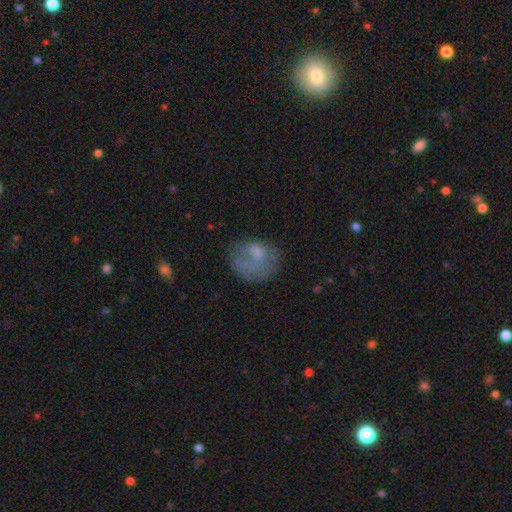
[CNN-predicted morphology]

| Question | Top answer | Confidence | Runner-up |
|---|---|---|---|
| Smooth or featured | smooth | 58% | featured or disk (31%) |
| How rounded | round | 57% | in between (42%) |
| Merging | none | 42% | major disturbance (28%) |